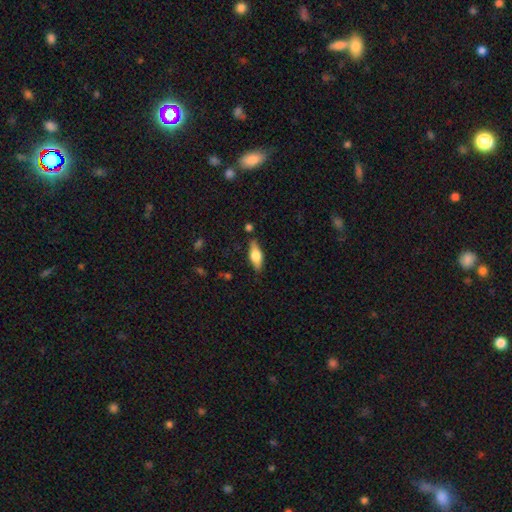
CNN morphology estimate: This is possibly a smooth galaxy (55%). How rounded: likely in between (68%). Merging: clearly none (81%).